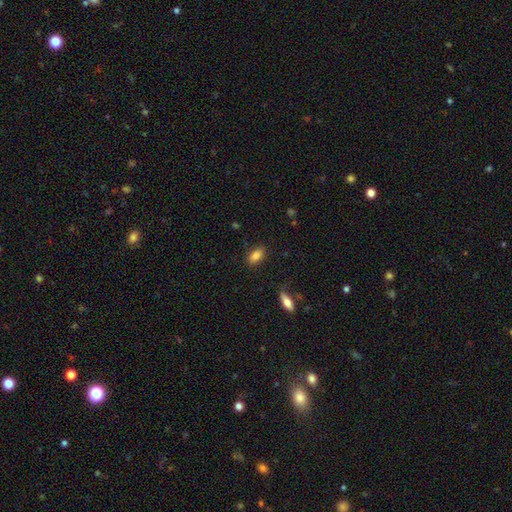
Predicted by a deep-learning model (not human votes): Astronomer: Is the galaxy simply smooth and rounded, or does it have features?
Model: smooth — 85%.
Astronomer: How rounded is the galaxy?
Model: in between — 89%.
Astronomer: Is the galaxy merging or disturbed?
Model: none — 85%.